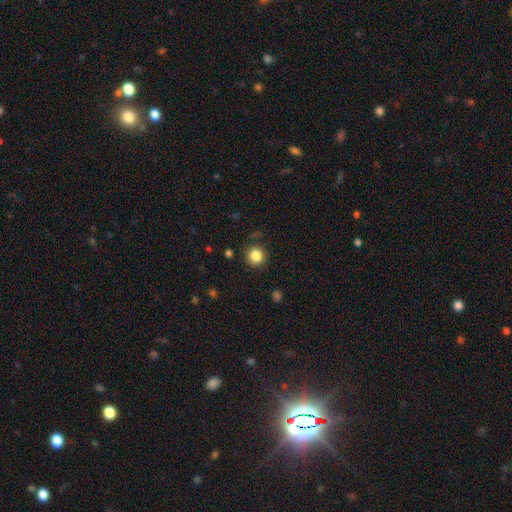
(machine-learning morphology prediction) A smooth galaxy with no disk features (85%) that is round (89%).

Vote fractions:
- Smooth or featured? smooth: 85% / star or artifact: 11% / featured or disk: 4%
- How rounded? round: 89% / in between: 10% / cigar-shaped: 1%
- Merging? none: 87% / minor disturbance: 9% / major disturbance: 3% / merger: 2%